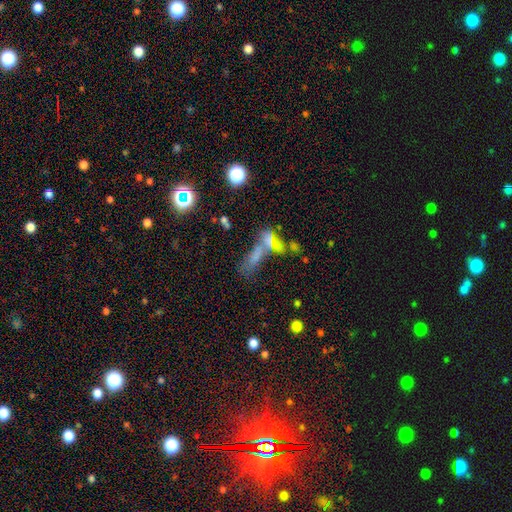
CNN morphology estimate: A smooth galaxy with no disk features (60%) that is in between round and cigar-shaped (53%).

Vote fractions:
- Smooth or featured? smooth: 60% / star or artifact: 20% / featured or disk: 20%
- How rounded? in between: 53% / cigar-shaped: 42% / round: 6%
- Merging? merger: 54% / none: 26% / major disturbance: 10% / minor disturbance: 10%